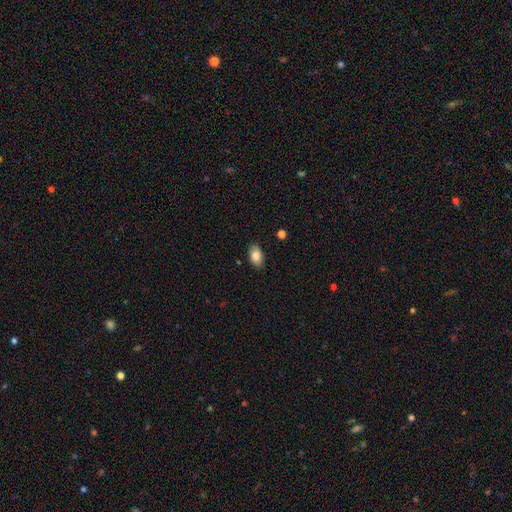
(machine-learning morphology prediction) type=smooth (84%); roundness=in between (91%); merging=none (87%).